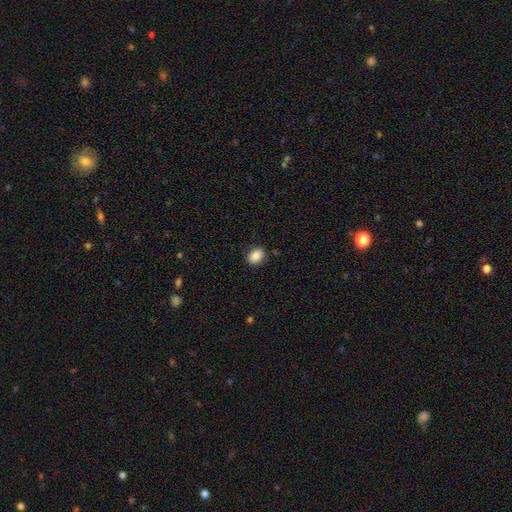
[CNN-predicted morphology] smooth-or-featured: smooth: 88% | star or artifact: 8% | featured or disk: 4%
  how-rounded: in between: 71% | round: 28% | cigar-shaped: 1%
  merging: none: 86% | minor disturbance: 10% | major disturbance: 2% | merger: 1%